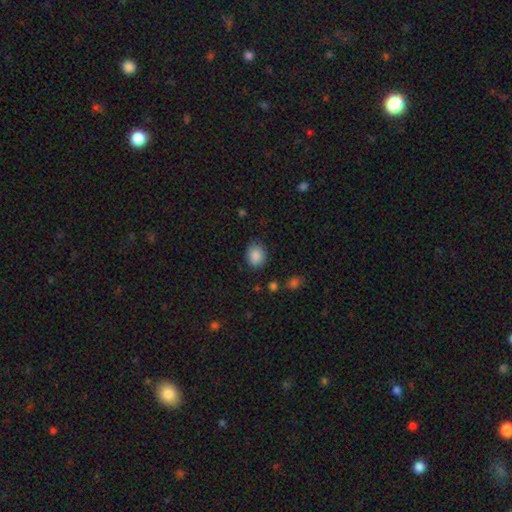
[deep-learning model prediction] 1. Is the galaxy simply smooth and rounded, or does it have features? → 88% smooth, 8% star or artifact, 4% featured or disk.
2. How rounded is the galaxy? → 59% round, 40% in between, 1% cigar-shaped.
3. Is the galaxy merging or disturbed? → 82% none, 13% minor disturbance, 3% major disturbance, 2% merger.